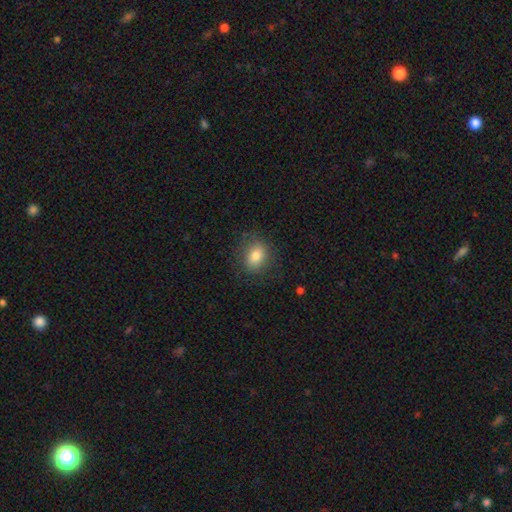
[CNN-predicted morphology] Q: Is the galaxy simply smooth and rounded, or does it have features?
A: smooth — 79%.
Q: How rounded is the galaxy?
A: round — 57%.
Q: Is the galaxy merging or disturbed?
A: none — 80%.